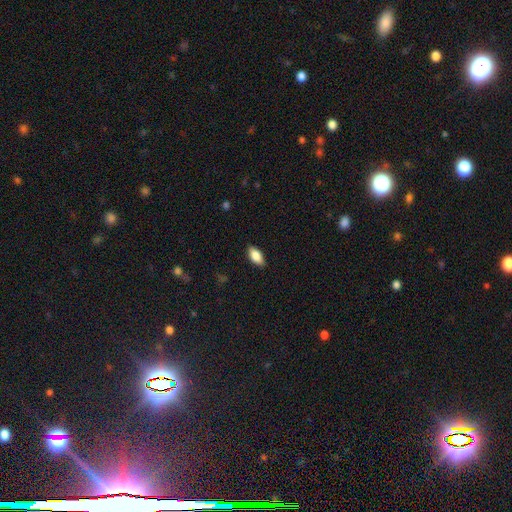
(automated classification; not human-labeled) Q: Smooth or featured?
A: smooth (84%); runner-up: featured or disk (10%)
Q: How rounded?
A: in between (90%); runner-up: cigar-shaped (7%)
Q: Merging?
A: none (87%); runner-up: minor disturbance (10%)